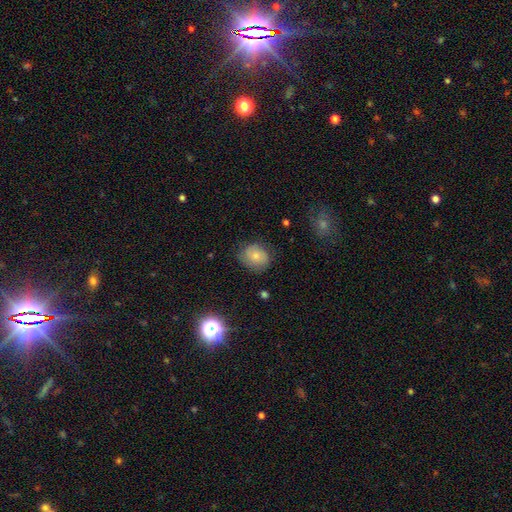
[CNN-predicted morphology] A smooth galaxy with no disk features (70%) that is round (59%). Merging: none (71%).